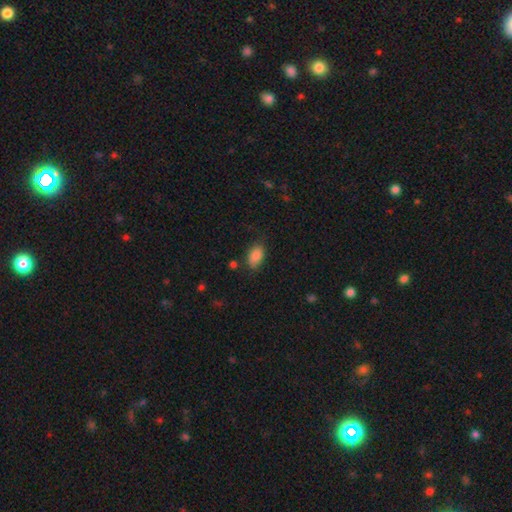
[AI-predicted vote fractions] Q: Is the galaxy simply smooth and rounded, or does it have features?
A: smooth — 86%.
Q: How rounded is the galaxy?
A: in between — 90%.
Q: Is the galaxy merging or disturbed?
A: none — 73%.